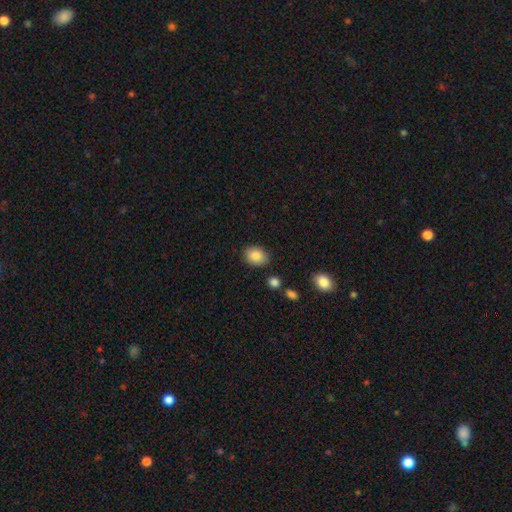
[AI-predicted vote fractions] Smooth or featured? Predicted: smooth (p=0.86). How rounded? Predicted: in between (p=0.68). Merging? Predicted: none (p=0.84).